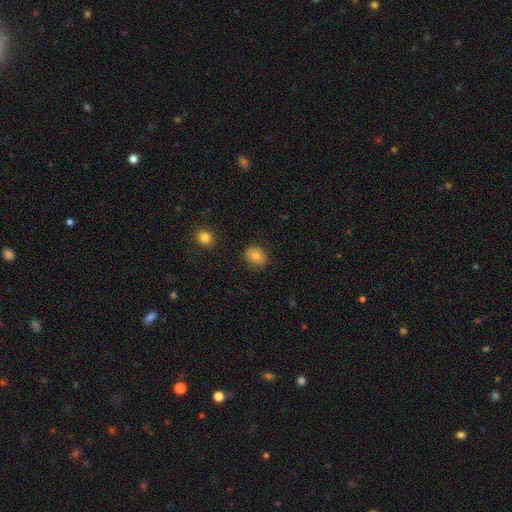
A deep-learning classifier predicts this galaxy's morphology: Q: Smooth or featured?
A: smooth (78%); runner-up: featured or disk (12%)
Q: How rounded?
A: round (63%); runner-up: in between (36%)
Q: Merging?
A: none (86%); runner-up: minor disturbance (11%)